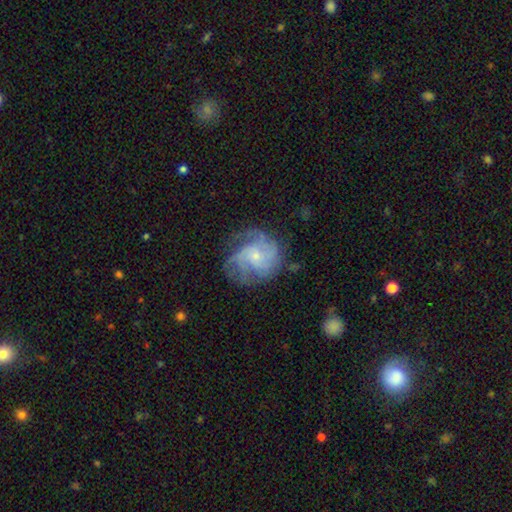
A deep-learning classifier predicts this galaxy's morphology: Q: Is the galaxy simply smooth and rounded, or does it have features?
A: featured or disk — 78%.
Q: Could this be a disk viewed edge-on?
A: no — 98%.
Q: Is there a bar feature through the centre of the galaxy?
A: no — 72%.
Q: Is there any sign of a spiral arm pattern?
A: yes — 92%.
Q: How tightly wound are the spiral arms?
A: tight — 43%.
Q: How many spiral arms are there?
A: can't tell — 30%.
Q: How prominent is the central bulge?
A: small — 72%.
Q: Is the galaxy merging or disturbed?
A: none — 61%.